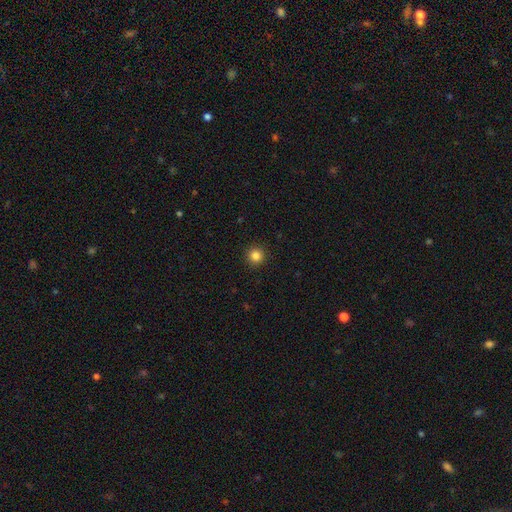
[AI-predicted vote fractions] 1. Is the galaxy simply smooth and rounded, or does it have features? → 84% smooth, 12% star or artifact, 4% featured or disk.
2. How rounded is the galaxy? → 95% round, 4% in between, 1% cigar-shaped.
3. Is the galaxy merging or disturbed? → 93% none, 5% minor disturbance, 2% major disturbance, 1% merger.